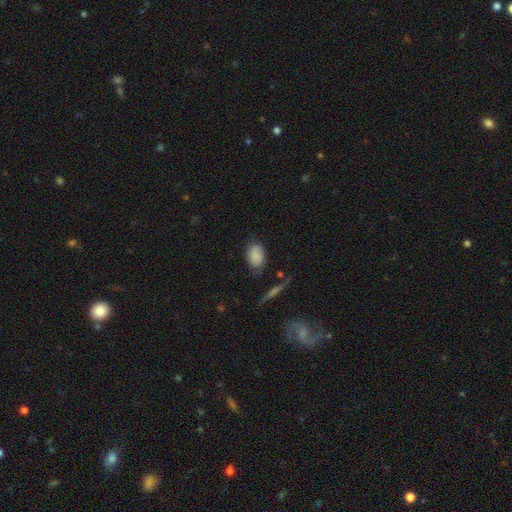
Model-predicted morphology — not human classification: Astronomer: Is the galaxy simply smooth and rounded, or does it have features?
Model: smooth — 78%.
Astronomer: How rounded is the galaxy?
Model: in between — 85%.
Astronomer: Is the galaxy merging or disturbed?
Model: none — 66%.